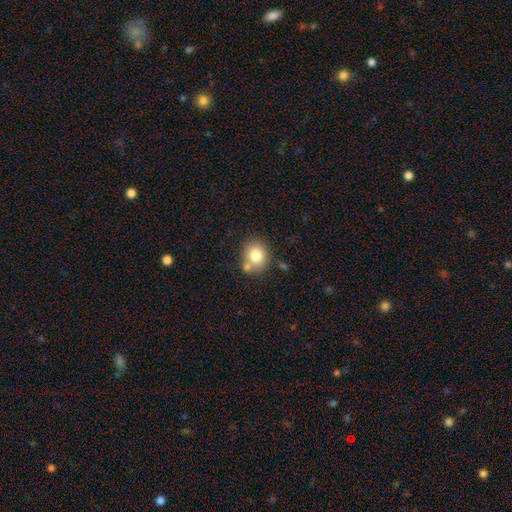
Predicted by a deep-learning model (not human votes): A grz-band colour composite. It shows a smooth galaxy with no disk features (78%) that is round (73%). Merging: none (66%).